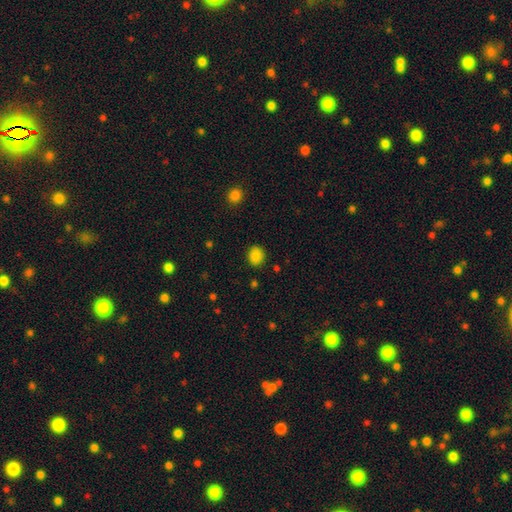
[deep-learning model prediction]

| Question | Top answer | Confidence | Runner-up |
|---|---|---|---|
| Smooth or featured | smooth | 86% | star or artifact (11%) |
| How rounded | round | 67% | in between (32%) |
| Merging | none | 87% | minor disturbance (9%) |